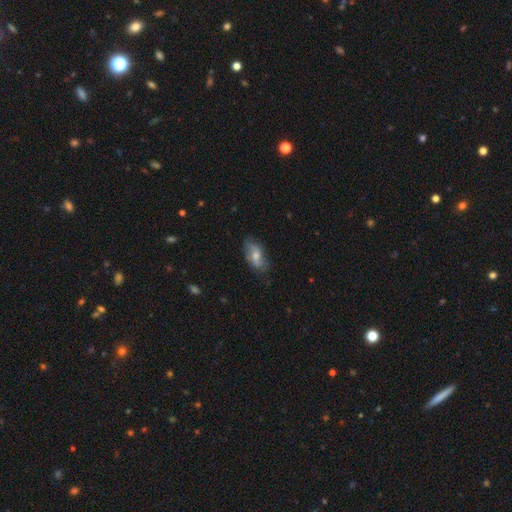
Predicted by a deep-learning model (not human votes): Q: Smooth or featured?
A: featured or disk (49%); runner-up: smooth (41%)
Q: Merging?
A: none (73%); runner-up: minor disturbance (20%)